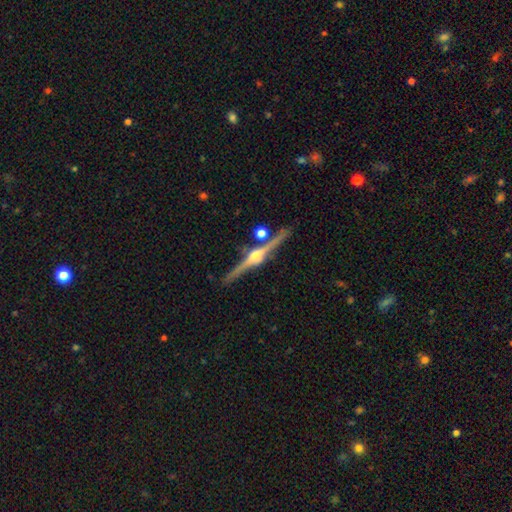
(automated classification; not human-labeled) smooth-or-featured: featured or disk: 88% | smooth: 6% | star or artifact: 6%
  disk-edge-on: yes: 98% | no: 2%
    edge-on-bulge: rounded: 95% | boxy: 3% | none: 2%
  merging: none: 87% | minor disturbance: 7% | merger: 4% | major disturbance: 2%